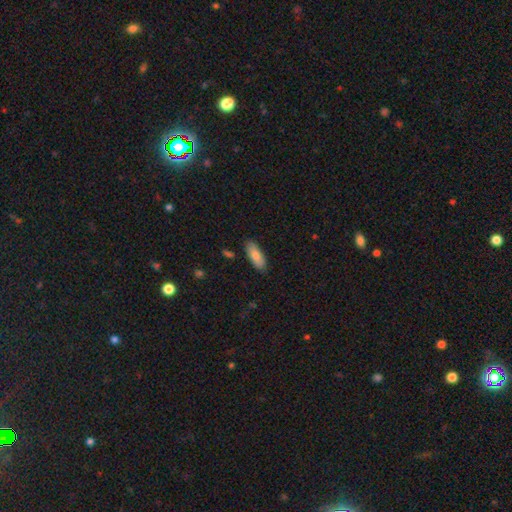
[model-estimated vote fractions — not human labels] The model was most divided on "how rounded": in between: 75%, cigar-shaped: 23%, round: 2%. More confident: merging — none (86%); smooth or featured — smooth (81%).